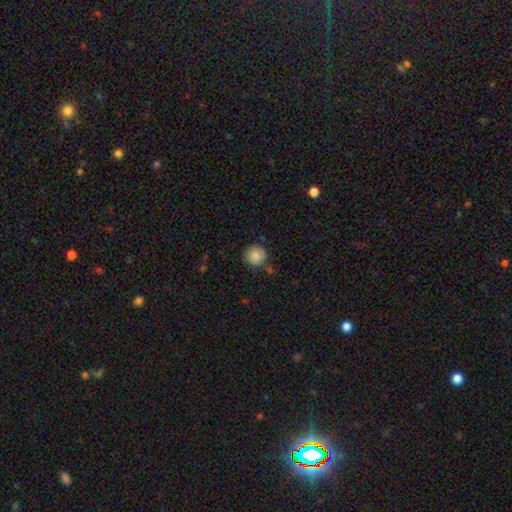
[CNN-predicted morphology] A smooth galaxy with no disk features (85%) that is round (93%). Merging: none (79%).